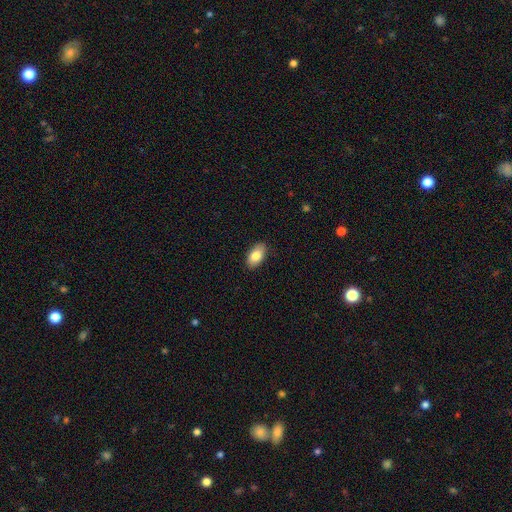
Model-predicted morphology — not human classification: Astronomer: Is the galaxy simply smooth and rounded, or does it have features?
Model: smooth — 84%.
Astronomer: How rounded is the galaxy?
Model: in between — 94%.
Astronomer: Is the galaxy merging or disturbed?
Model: none — 88%.